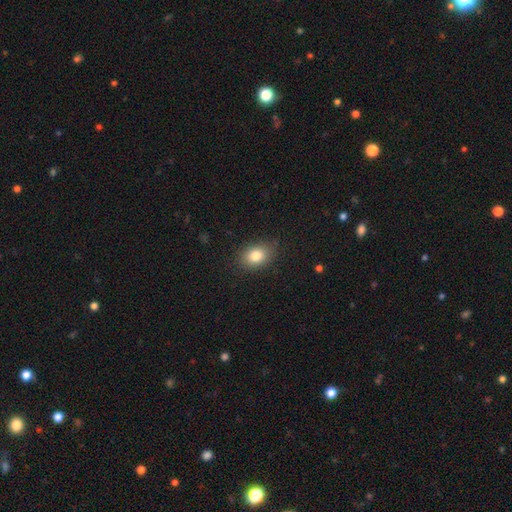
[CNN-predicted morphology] smooth-or-featured: smooth: 82% | star or artifact: 10% | featured or disk: 8%
  how-rounded: in between: 72% | round: 26% | cigar-shaped: 1%
  merging: none: 82% | minor disturbance: 14% | major disturbance: 3% | merger: 1%